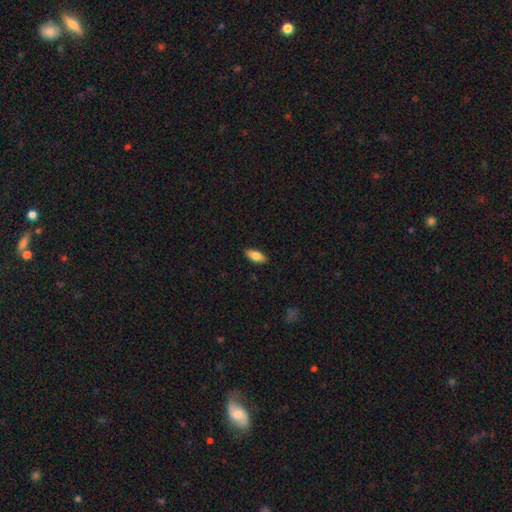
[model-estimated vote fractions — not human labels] The model was most divided on "smooth or featured": smooth: 78%, featured or disk: 16%, star or artifact: 7%. More confident: merging — none (89%); how rounded — in between (82%).